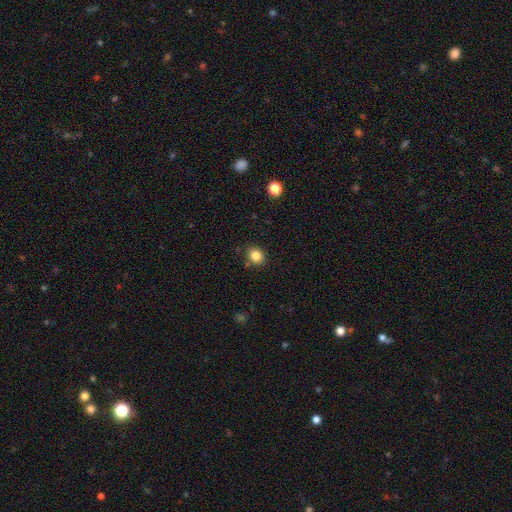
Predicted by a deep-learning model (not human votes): Q: Smooth or featured?
A: smooth (84%); runner-up: star or artifact (11%)
Q: How rounded?
A: round (71%); runner-up: in between (28%)
Q: Merging?
A: none (85%); runner-up: minor disturbance (10%)